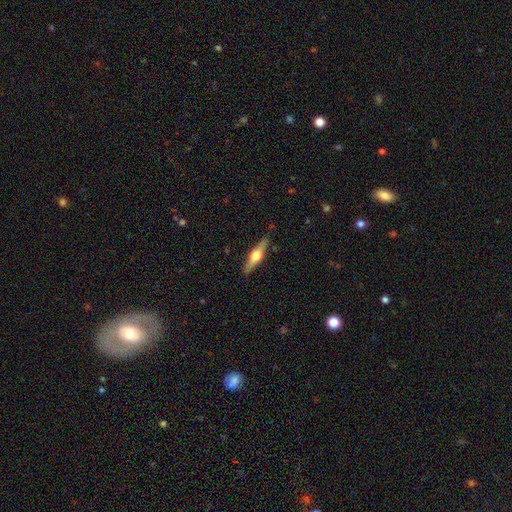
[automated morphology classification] type=featured or disk (63%); edge-on=yes (95%); edge-on bulge=rounded (95%); merging=none (89%).